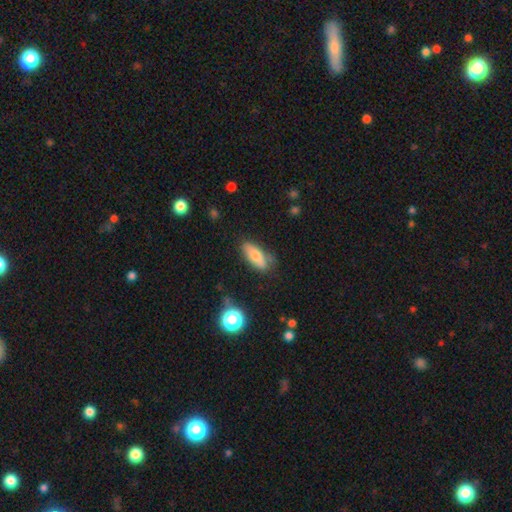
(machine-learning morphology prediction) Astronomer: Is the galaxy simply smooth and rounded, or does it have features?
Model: smooth — 68%.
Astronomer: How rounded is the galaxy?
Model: in between — 71%.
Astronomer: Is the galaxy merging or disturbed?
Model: none — 71%.